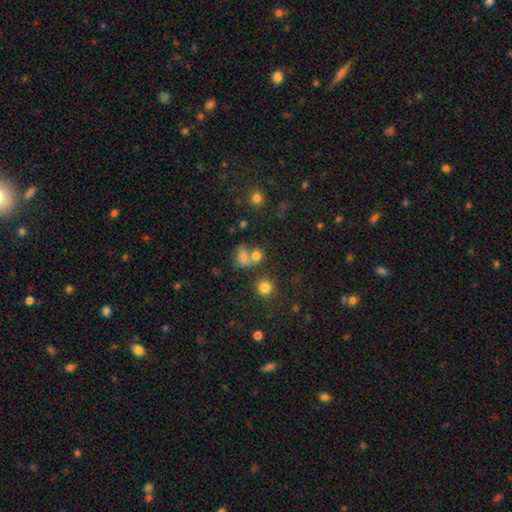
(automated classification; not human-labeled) Smooth or featured: smooth — 72% (star or artifact — 18%)
How rounded: round — 59% (in between — 39%)
Merging: none — 44% (merger — 39%)